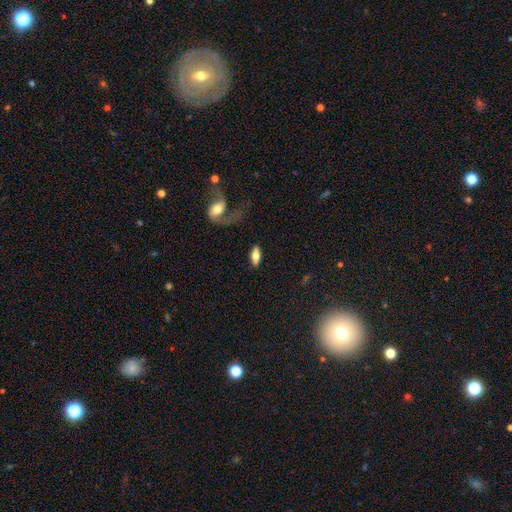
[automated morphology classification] A smooth galaxy with no disk features (60%) that is in between round and cigar-shaped (79%).

Vote fractions:
- Smooth or featured? smooth: 60% / featured or disk: 33% / star or artifact: 7%
- How rounded? in between: 79% / cigar-shaped: 17% / round: 4%
- Merging? none: 82% / minor disturbance: 10% / major disturbance: 5% / merger: 3%